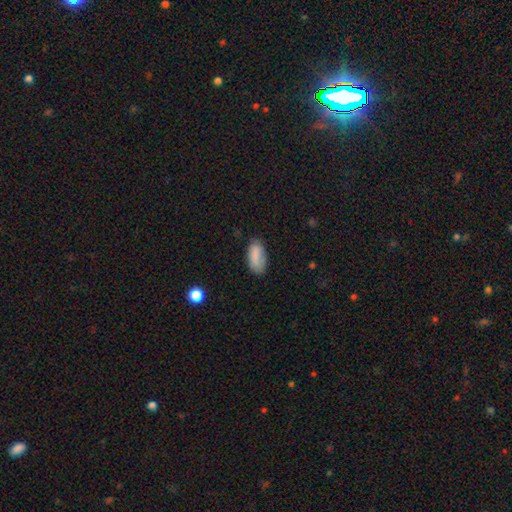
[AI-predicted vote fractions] Smooth or featured?
  - smooth: 85% *
  - star or artifact: 8%
  - featured or disk: 7%
How rounded?
  - in between: 91% *
  - cigar-shaped: 7%
  - round: 2%
Merging?
  - none: 71% *
  - minor disturbance: 21%
  - major disturbance: 5%
  - merger: 2%